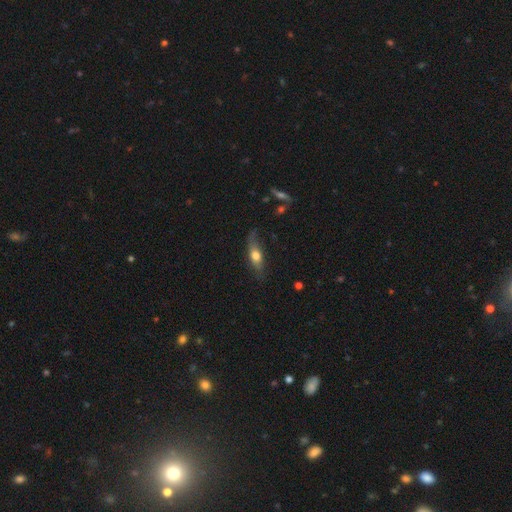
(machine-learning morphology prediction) The model was most divided on "how rounded": in between: 53%, cigar-shaped: 42%, round: 5%. More confident: merging — none (65%); smooth or featured — smooth (55%).